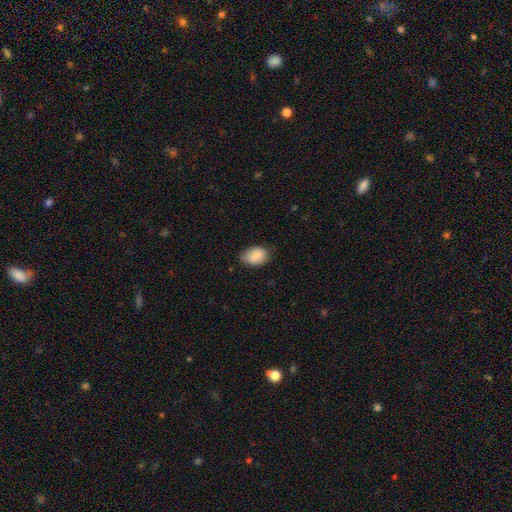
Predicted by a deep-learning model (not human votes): smooth 87%, star or artifact 7%, featured or disk 6%. Down the decision tree: how rounded — in between (85%); merging — none (71%).